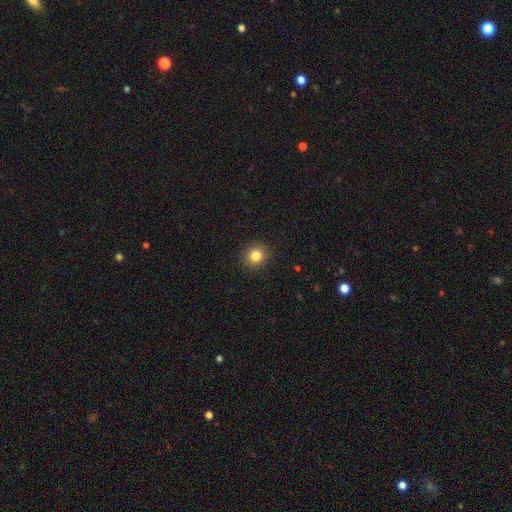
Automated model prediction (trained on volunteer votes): Smooth or featured: smooth — 84% (star or artifact — 11%)
How rounded: round — 88% (in between — 11%)
Merging: none — 91% (minor disturbance — 6%)